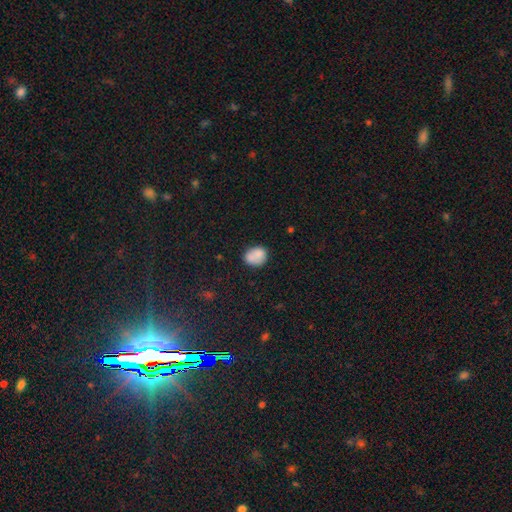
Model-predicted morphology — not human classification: A smooth galaxy with no disk features (81%) that is round (53%). Merging: none (62%).